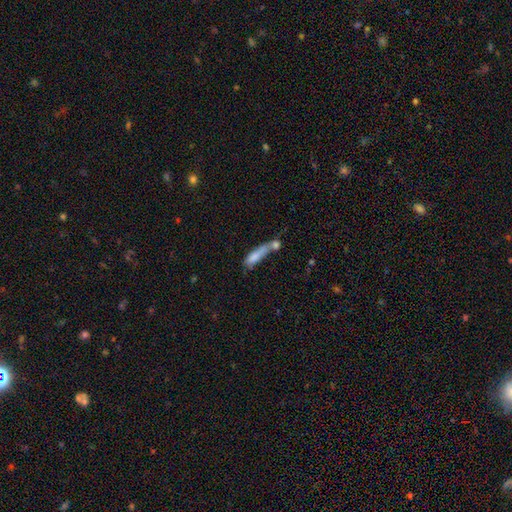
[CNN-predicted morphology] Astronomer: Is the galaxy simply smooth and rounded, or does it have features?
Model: smooth — 72%.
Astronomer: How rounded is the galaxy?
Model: cigar-shaped — 64%.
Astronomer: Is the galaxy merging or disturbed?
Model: merger — 52%.